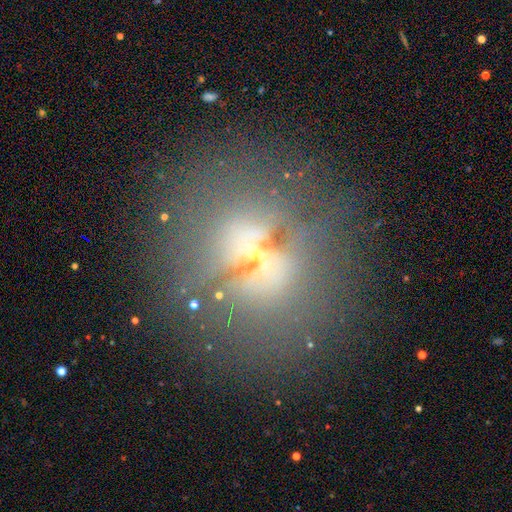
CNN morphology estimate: type=smooth (36%); merging=none (64%).